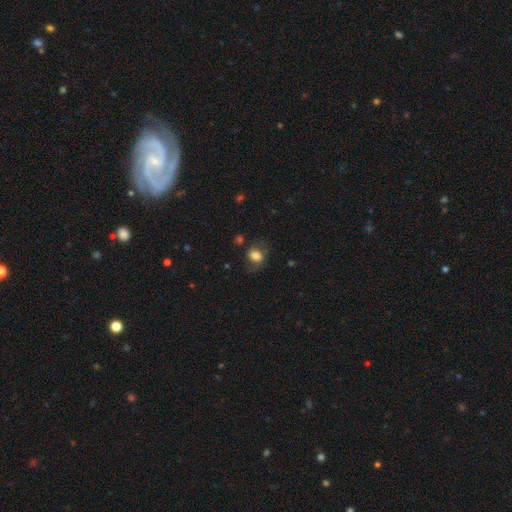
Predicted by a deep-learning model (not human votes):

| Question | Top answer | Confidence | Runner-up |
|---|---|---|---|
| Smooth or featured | smooth | 70% | featured or disk (21%) |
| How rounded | in between | 57% | round (42%) |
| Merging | none | 59% | minor disturbance (23%) |